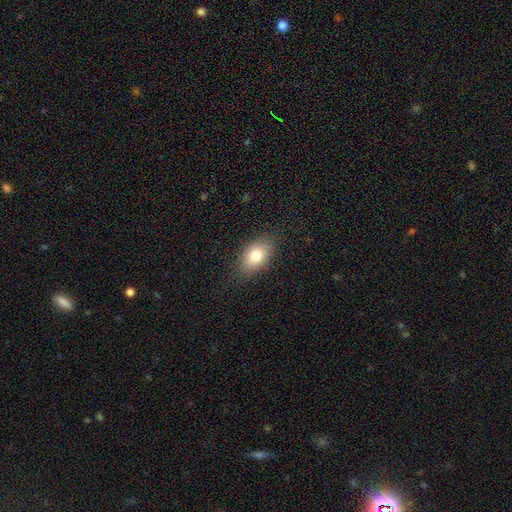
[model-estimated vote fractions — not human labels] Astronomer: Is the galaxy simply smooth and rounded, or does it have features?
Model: smooth — 77%.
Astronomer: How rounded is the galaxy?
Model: in between — 86%.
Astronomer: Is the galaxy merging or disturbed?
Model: none — 82%.